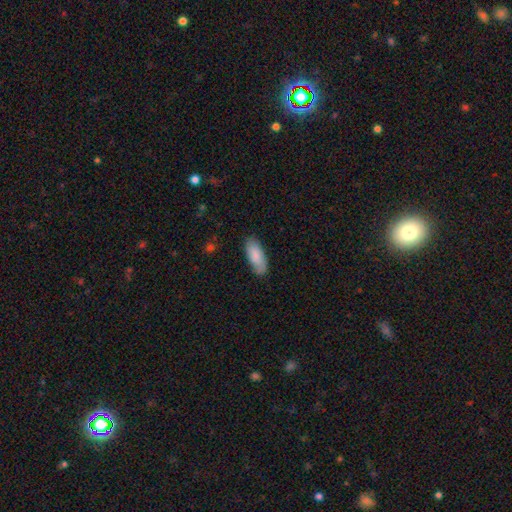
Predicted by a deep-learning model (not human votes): smooth_or_featured: smooth (p=0.84) [alt: featured or disk p=0.11]
how_rounded: in between (p=0.83) [alt: cigar-shaped p=0.15]
merging: none (p=0.81) [alt: minor disturbance p=0.15]